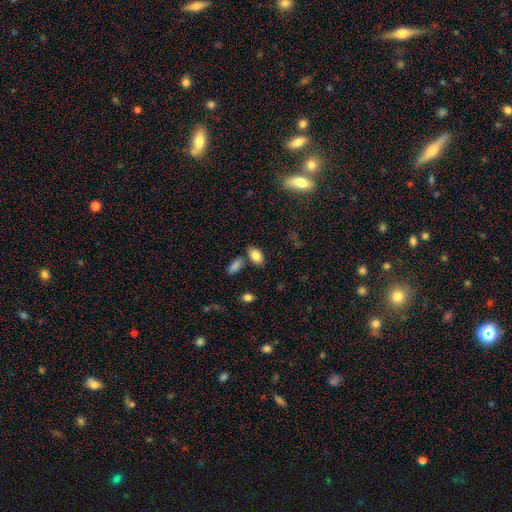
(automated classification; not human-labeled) This is clearly a smooth galaxy (86%). How rounded: clearly in between (90%). Merging: likely none (72%).